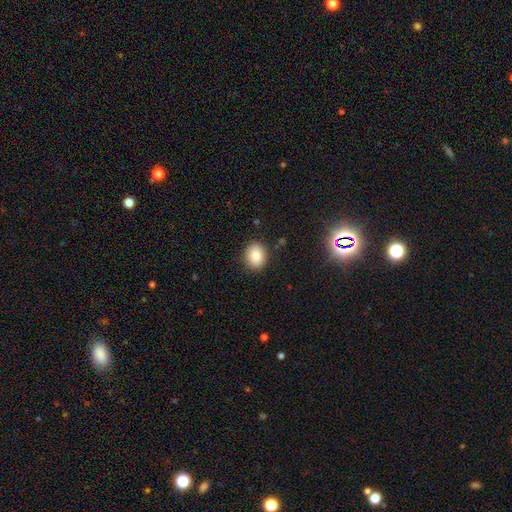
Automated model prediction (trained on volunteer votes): Overall: smooth (84%). How rounded: round (50%; in between 49%). Merging: none (88%).